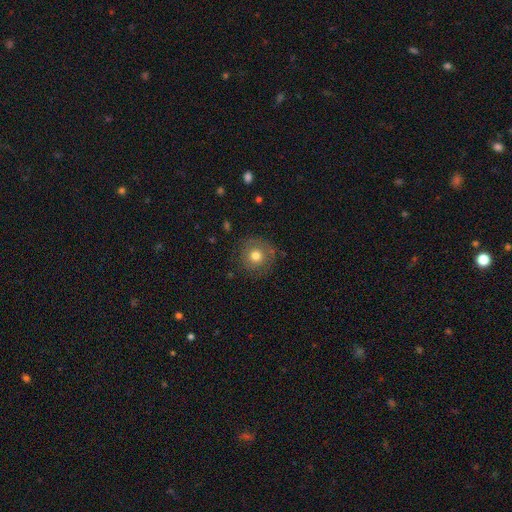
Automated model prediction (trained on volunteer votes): smooth-or-featured: smooth: 68% | featured or disk: 22% | star or artifact: 11%
  how-rounded: round: 95% | in between: 5% | cigar-shaped: 1%
  merging: none: 81% | minor disturbance: 12% | major disturbance: 5% | merger: 1%